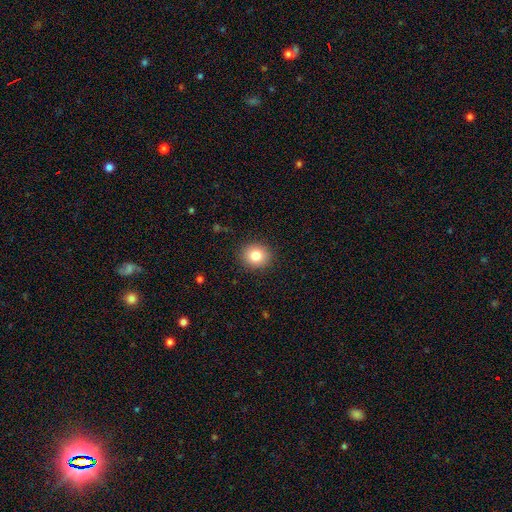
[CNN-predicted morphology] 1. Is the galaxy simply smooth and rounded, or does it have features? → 83% smooth, 9% star or artifact, 7% featured or disk.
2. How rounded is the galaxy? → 81% round, 18% in between, 1% cigar-shaped.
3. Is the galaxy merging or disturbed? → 90% none, 7% minor disturbance, 2% major disturbance, 1% merger.